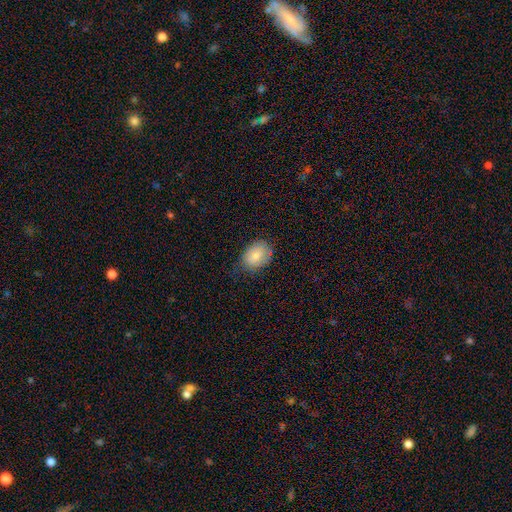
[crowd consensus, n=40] A smooth galaxy with no disk features (75%) that is in between round and cigar-shaped (73%). Merging: none (67%).